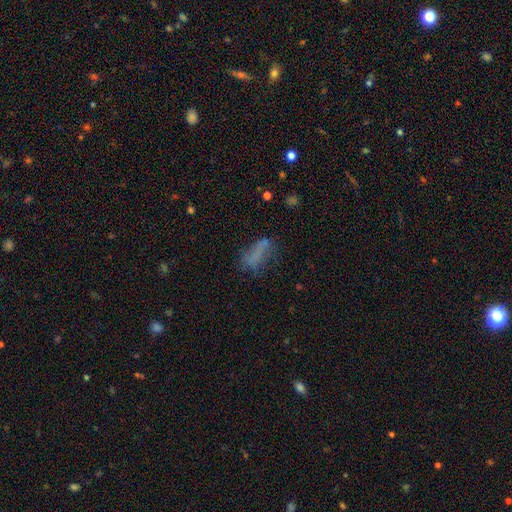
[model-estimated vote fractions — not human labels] Overall: smooth (59%; featured or disk 25%). How rounded: in between (64%; cigar-shaped 31%). Merging: none (41%; minor disturbance 26%).